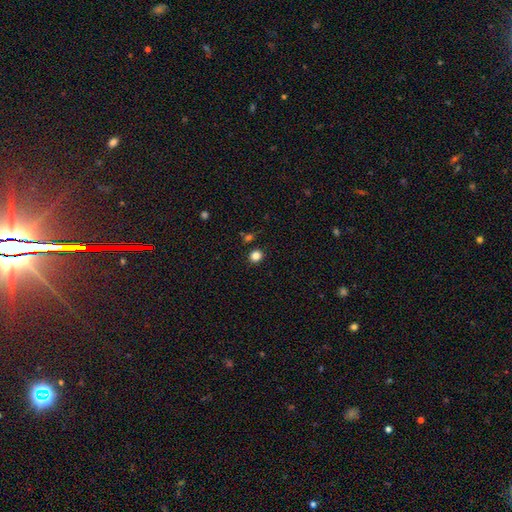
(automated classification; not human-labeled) A smooth galaxy with no disk features (83%) that is round (82%).

Vote fractions:
- Smooth or featured? smooth: 83% / star or artifact: 13% / featured or disk: 4%
- How rounded? round: 82% / in between: 17% / cigar-shaped: 1%
- Merging? none: 88% / minor disturbance: 7% / merger: 3% / major disturbance: 2%